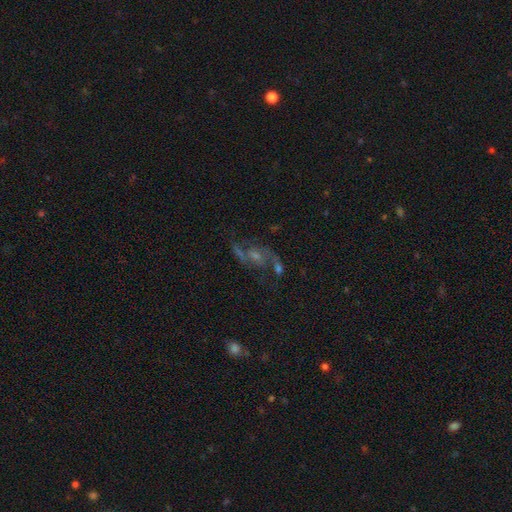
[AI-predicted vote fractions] A featured or disk galaxy (75%) with no bar (58%), 2 (87%) loose (58%) spiral arms (88%) and a small central bulge (47%). Merging: none (55%).